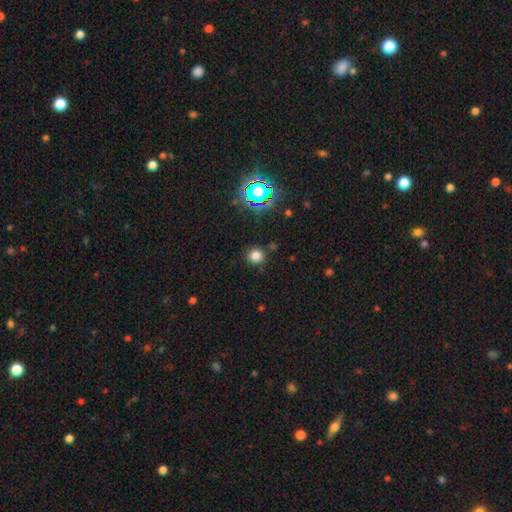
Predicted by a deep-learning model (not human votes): This is likely a smooth galaxy (77%). How rounded: clearly round (93%). Merging: clearly none (87%).